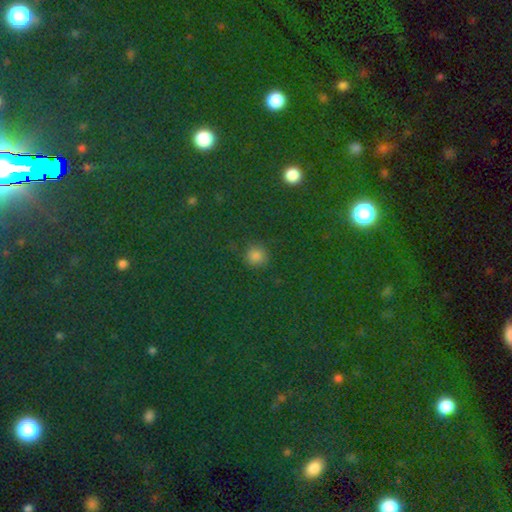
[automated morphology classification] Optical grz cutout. It shows a smooth galaxy with no disk features (73%) that is round (89%). Merging: none (87%).